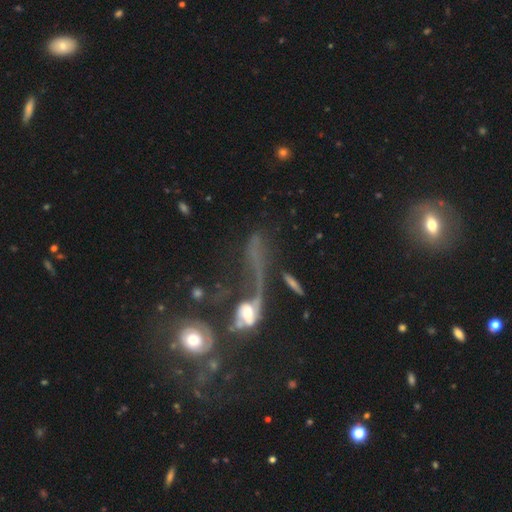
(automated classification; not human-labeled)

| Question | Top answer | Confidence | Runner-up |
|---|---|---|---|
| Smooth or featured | featured or disk | 48% | smooth (29%) |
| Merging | major disturbance | 35% | tied: merger (35%) |